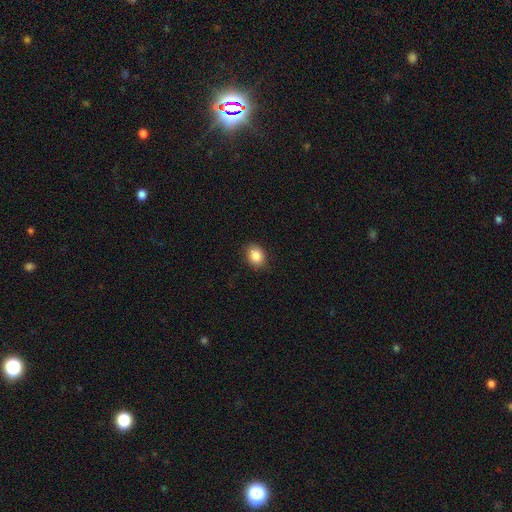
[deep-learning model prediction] A smooth galaxy with no disk features (86%) that is in between round and cigar-shaped (58%). Merging: none (87%).